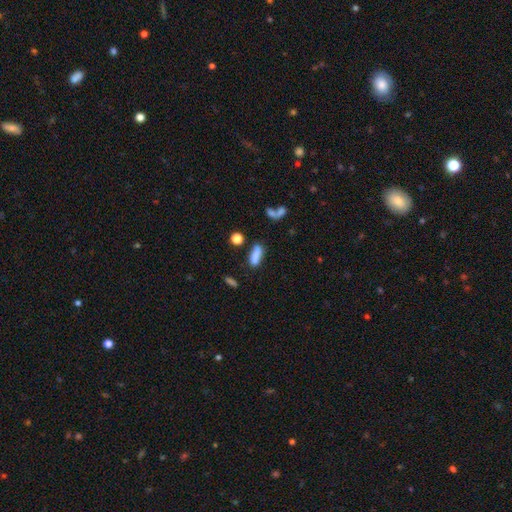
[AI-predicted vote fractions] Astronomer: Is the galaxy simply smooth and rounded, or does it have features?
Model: smooth — 80%.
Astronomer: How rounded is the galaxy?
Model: in between — 61%.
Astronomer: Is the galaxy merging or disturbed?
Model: none — 62%.